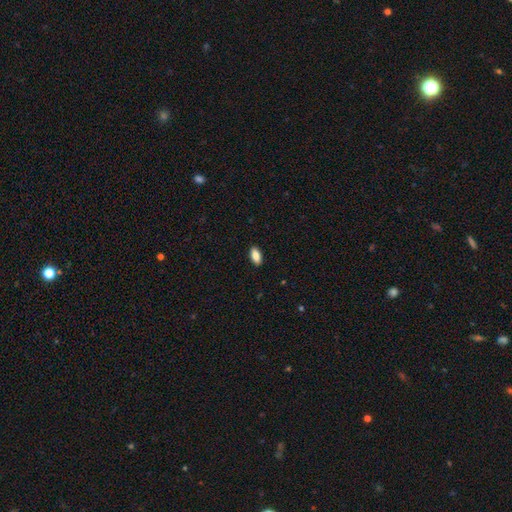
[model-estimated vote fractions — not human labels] A smooth galaxy with no disk features (85%) that is in between round and cigar-shaped (88%). Merging: none (90%).